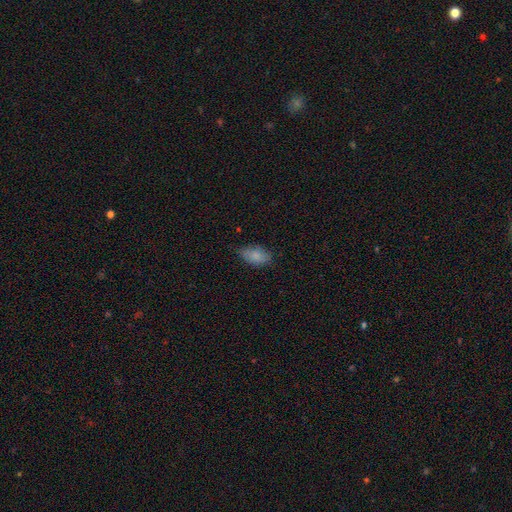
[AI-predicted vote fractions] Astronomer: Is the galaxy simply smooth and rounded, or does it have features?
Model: smooth — 83%.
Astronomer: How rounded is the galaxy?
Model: in between — 91%.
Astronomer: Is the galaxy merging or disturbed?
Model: none — 65%.